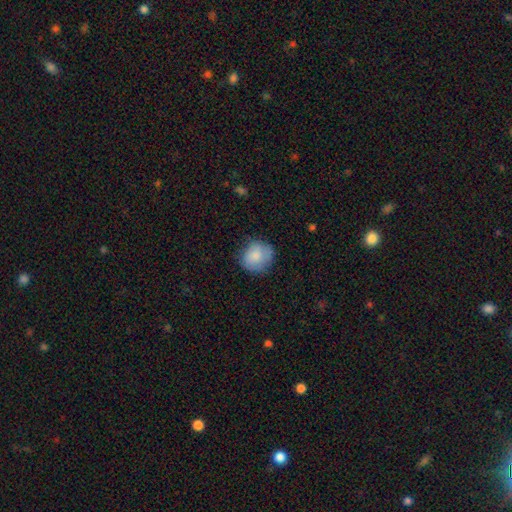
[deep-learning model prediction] Smooth or featured? Predicted: smooth (p=0.81). How rounded? Predicted: round (p=0.80). Merging? Predicted: none (p=0.67).